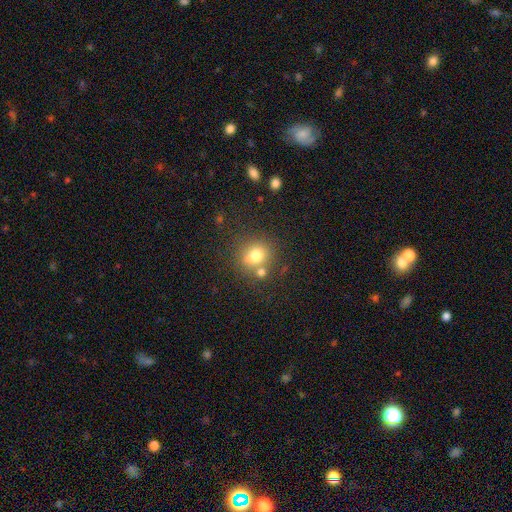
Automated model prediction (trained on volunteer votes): smooth-or-featured: smooth: 72% | star or artifact: 15% | featured or disk: 14%
  how-rounded: round: 83% | in between: 16% | cigar-shaped: 1%
  merging: none: 62% | merger: 23% | minor disturbance: 11% | major disturbance: 4%